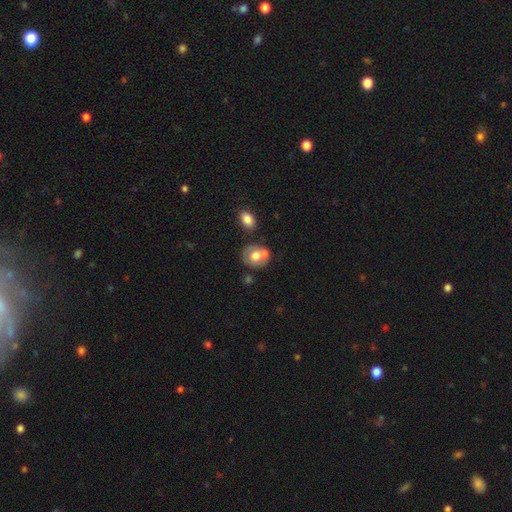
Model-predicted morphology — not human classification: Smooth or featured?
  - smooth: 58% *
  - featured or disk: 34%
  - star or artifact: 8%
How rounded?
  - round: 62% *
  - in between: 37%
  - cigar-shaped: 1%
Merging?
  - none: 42% *
  - merger: 38%
  - minor disturbance: 15%
  - major disturbance: 6%